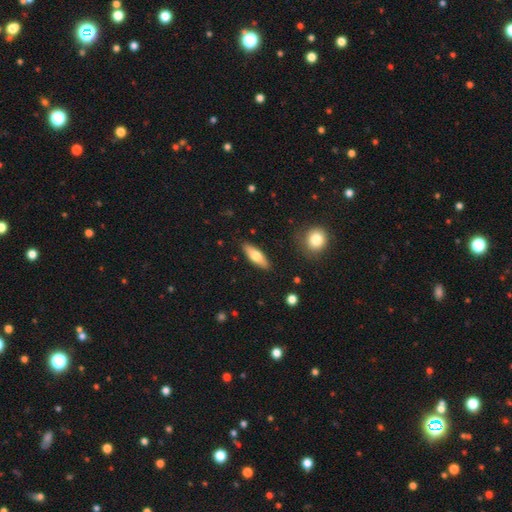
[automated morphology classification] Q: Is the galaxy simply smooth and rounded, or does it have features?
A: smooth — 67%.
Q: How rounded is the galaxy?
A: in between — 55%.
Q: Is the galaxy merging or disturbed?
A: none — 87%.